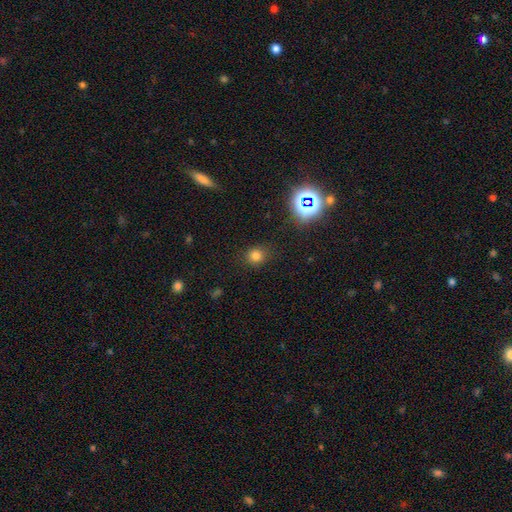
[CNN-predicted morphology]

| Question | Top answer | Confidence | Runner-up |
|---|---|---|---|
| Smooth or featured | smooth | 74% | star or artifact (20%) |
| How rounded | round | 84% | in between (15%) |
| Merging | none | 84% | minor disturbance (11%) |